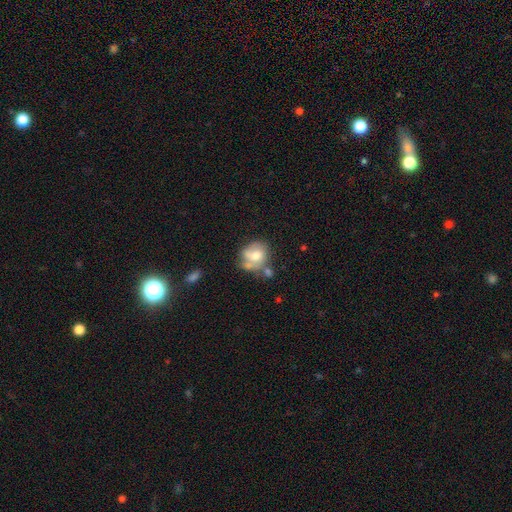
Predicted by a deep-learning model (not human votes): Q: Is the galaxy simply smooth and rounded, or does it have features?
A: smooth — 54%.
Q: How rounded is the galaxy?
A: round — 67%.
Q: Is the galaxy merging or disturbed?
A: none — 40%.